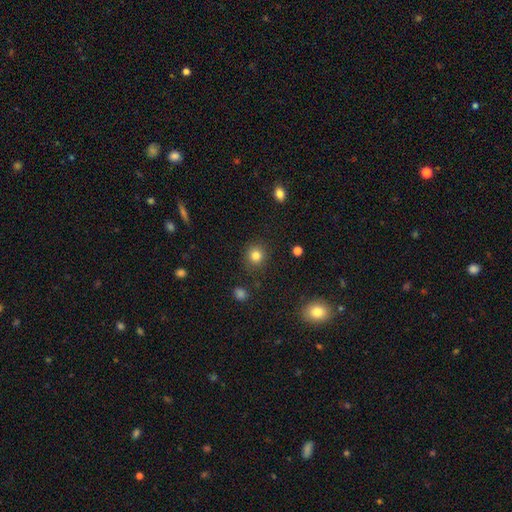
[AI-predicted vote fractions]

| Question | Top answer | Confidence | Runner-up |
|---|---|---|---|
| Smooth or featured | smooth | 83% | star or artifact (12%) |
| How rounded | round | 89% | in between (10%) |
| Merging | none | 87% | minor disturbance (8%) |